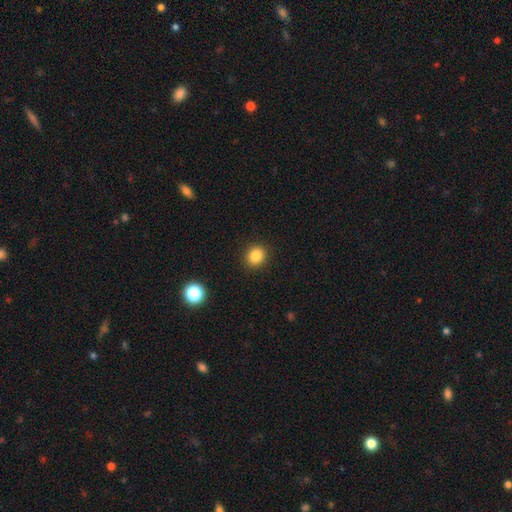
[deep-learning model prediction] Morphology: type=smooth (84%); roundness=round (77%); merging=none (91%).